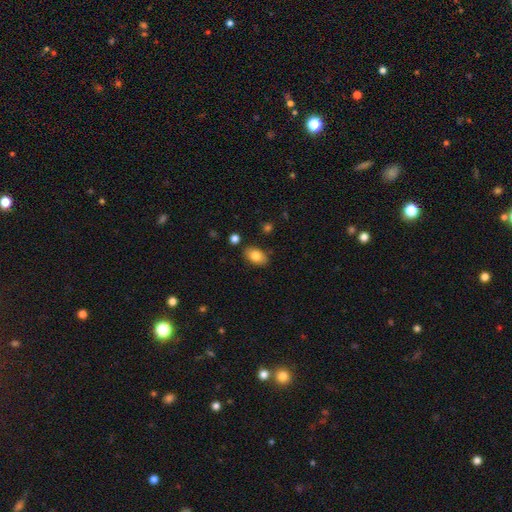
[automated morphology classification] Smooth or featured: smooth — 82% (featured or disk — 10%)
How rounded: in between — 89% (round — 10%)
Merging: none — 83% (minor disturbance — 12%)